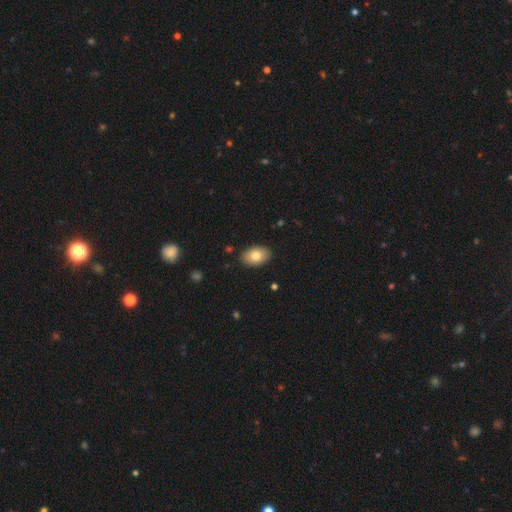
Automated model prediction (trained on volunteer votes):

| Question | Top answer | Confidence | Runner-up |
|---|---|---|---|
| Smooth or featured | smooth | 81% | featured or disk (12%) |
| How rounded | in between | 90% | round (9%) |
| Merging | none | 89% | minor disturbance (8%) |